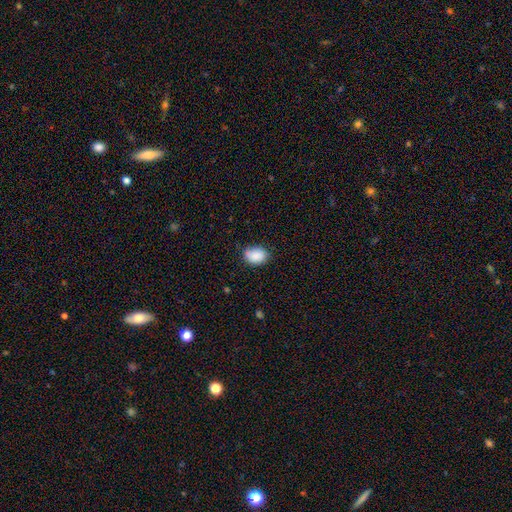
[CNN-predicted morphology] Overall: smooth (89%). How rounded: in between (80%). Merging: none (75%).